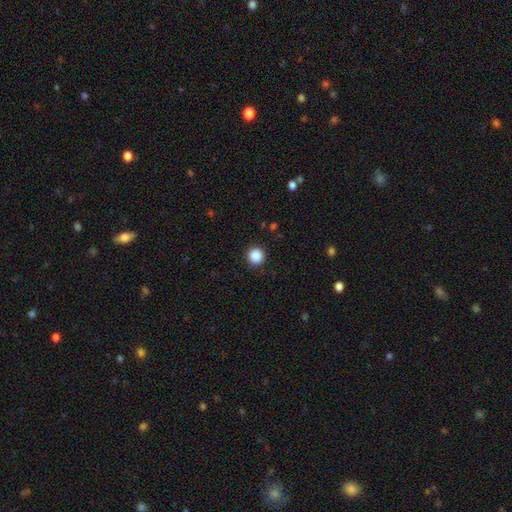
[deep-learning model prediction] Q: Smooth or featured?
A: smooth (88%); runner-up: star or artifact (10%)
Q: How rounded?
A: round (93%); runner-up: in between (6%)
Q: Merging?
A: none (91%); runner-up: minor disturbance (6%)